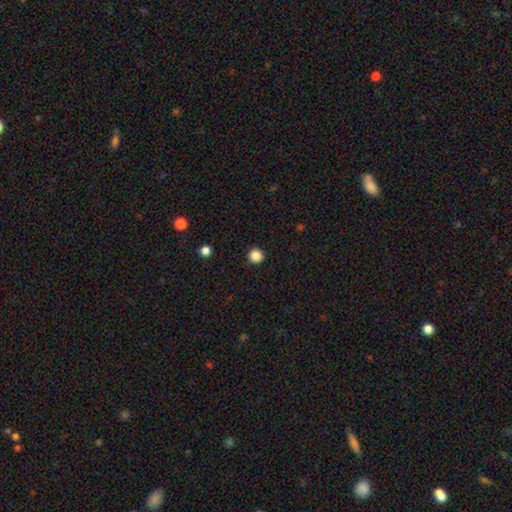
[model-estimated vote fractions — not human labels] Smooth or featured?
  - smooth: 87% *
  - star or artifact: 11%
  - featured or disk: 3%
How rounded?
  - round: 95% *
  - in between: 4%
  - cigar-shaped: 1%
Merging?
  - none: 93% *
  - minor disturbance: 5%
  - major disturbance: 2%
  - merger: 1%